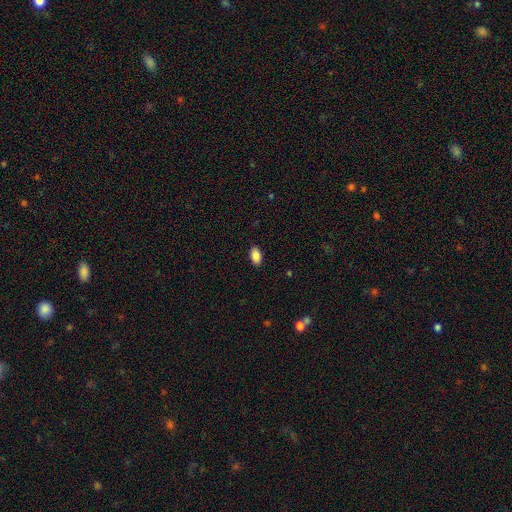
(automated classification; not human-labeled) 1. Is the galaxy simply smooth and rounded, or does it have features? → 88% smooth, 8% star or artifact, 5% featured or disk.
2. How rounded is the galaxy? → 93% in between, 5% round, 2% cigar-shaped.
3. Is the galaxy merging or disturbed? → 89% none, 8% minor disturbance, 2% major disturbance, 1% merger.